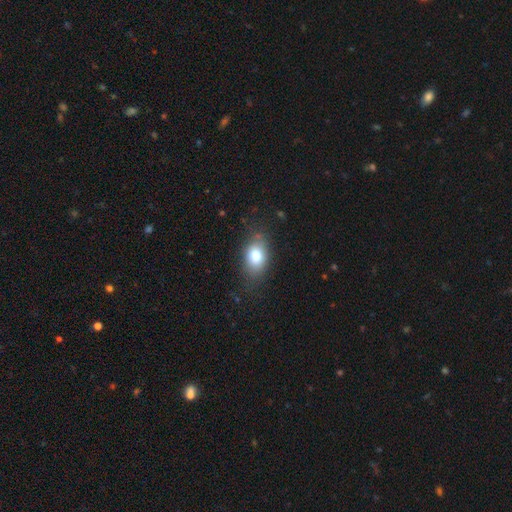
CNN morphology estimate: Smooth or featured? Predicted: smooth (p=0.75). How rounded? Predicted: in between (p=0.76). Merging? Predicted: none (p=0.78).